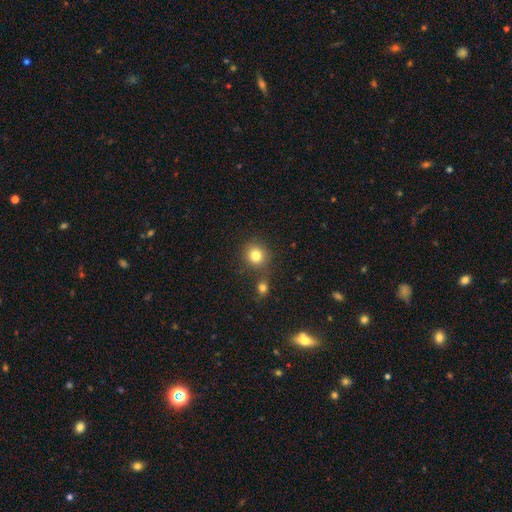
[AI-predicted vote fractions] A smooth galaxy with no disk features (81%) that is round (89%). Merging: none (71%).